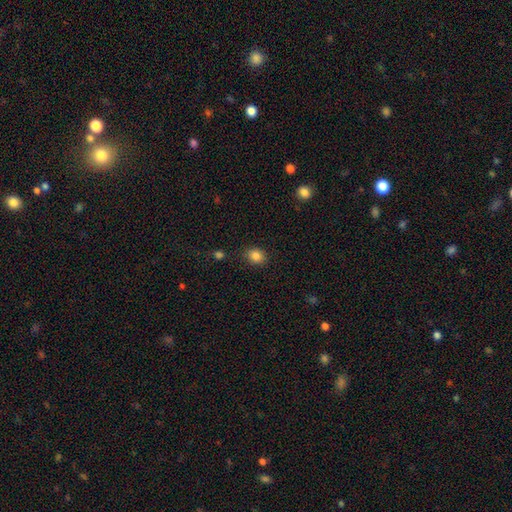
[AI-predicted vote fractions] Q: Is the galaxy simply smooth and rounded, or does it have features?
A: smooth — 85%.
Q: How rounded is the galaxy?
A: round — 60%.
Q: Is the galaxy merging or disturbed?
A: none — 81%.